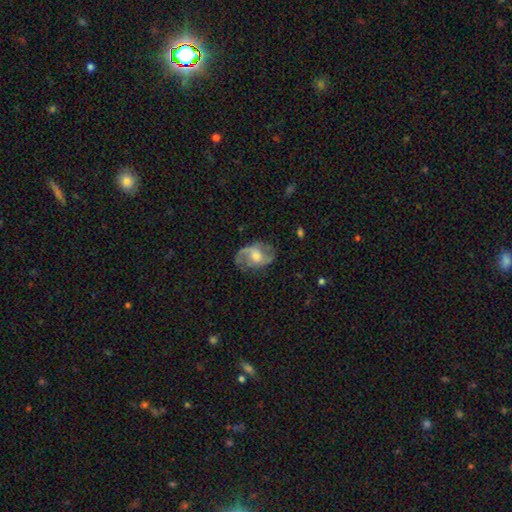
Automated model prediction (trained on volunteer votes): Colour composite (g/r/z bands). It shows a featured or disk galaxy (76%) with no bar (48%), 2 (86%) medium (46%) spiral arms (91%) and a moderate central bulge (55%). Merging: none (71%).